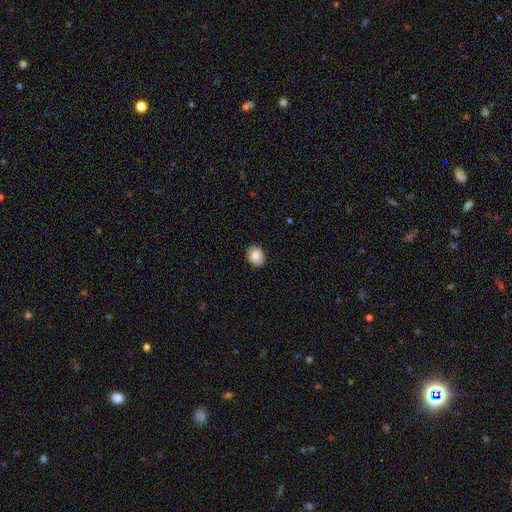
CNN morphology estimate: Overall: smooth (81%). How rounded: in between (61%; round 38%). Merging: none (87%).